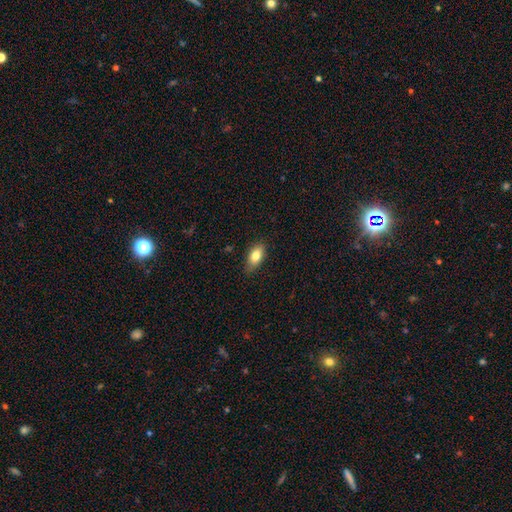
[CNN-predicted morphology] A smooth galaxy with no disk features (80%) that is in between round and cigar-shaped (88%). Merging: none (82%).